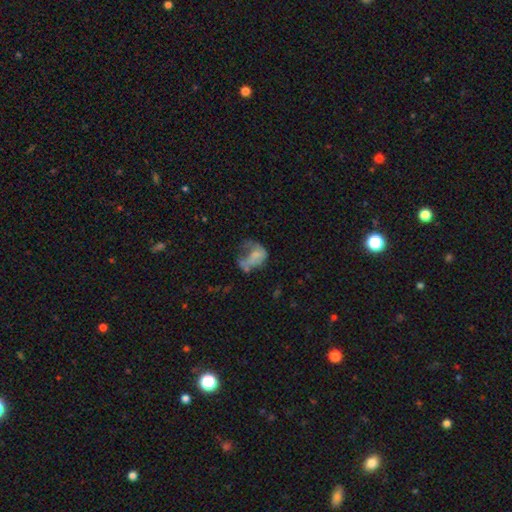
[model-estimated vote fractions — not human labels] This is possibly a smooth galaxy (50%). How rounded: likely in between (67%). Merging: possibly major disturbance (47%).